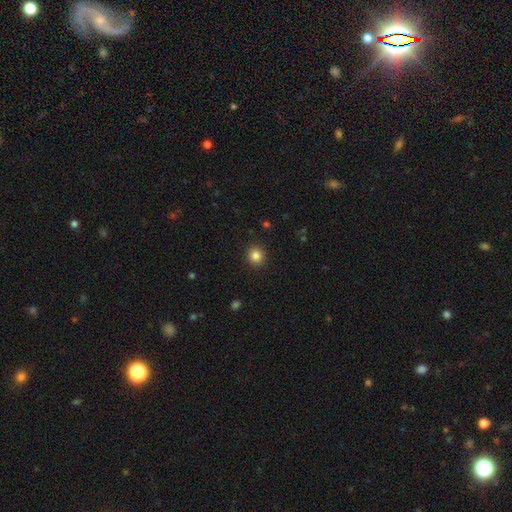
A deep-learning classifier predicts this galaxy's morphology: Overall: smooth (84%). How rounded: round (89%). Merging: none (92%).